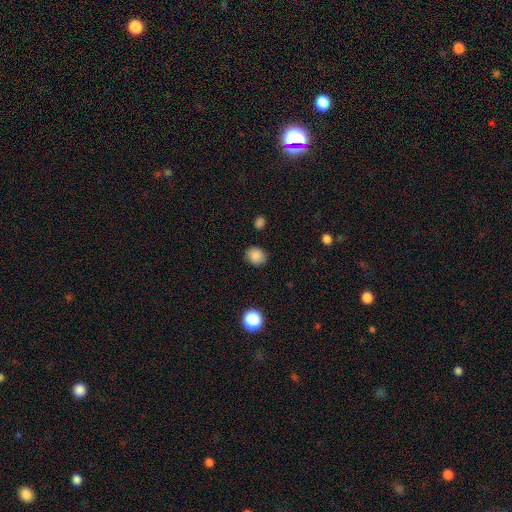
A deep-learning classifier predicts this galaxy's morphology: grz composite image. It shows a smooth galaxy with no disk features (85%) that is round (75%). Merging: none (86%).